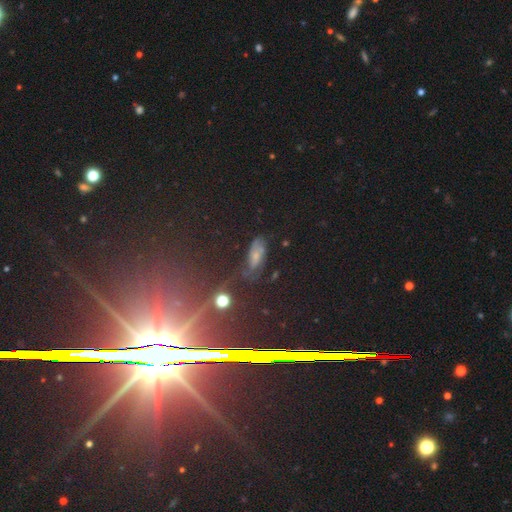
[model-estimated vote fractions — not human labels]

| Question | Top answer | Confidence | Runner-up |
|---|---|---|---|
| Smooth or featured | star or artifact | 37% | smooth (32%) |